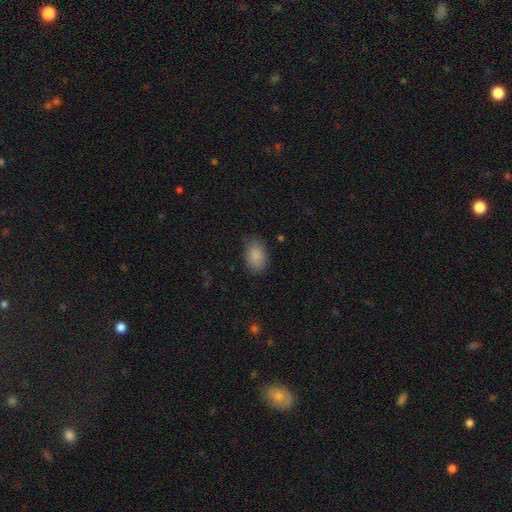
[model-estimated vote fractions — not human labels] smooth-or-featured: smooth: 88% | star or artifact: 8% | featured or disk: 4%
  how-rounded: in between: 85% | round: 14% | cigar-shaped: 1%
  merging: none: 80% | minor disturbance: 15% | major disturbance: 4% | merger: 1%